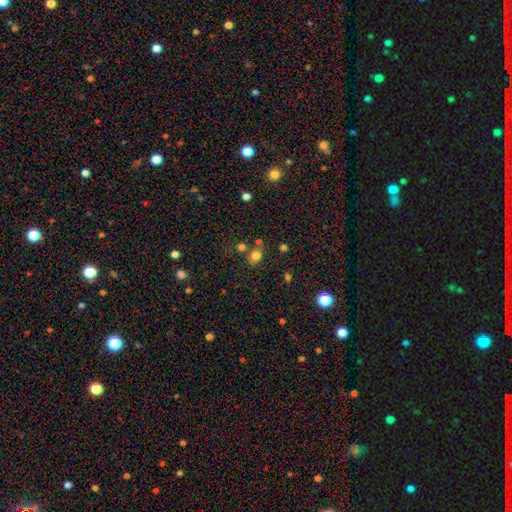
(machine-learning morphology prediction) Smooth or featured?
  - smooth: 77% *
  - star or artifact: 15%
  - featured or disk: 8%
How rounded?
  - round: 51% *
  - in between: 48%
  - cigar-shaped: 1%
Merging?
  - none: 67% *
  - merger: 15%
  - minor disturbance: 13%
  - major disturbance: 5%